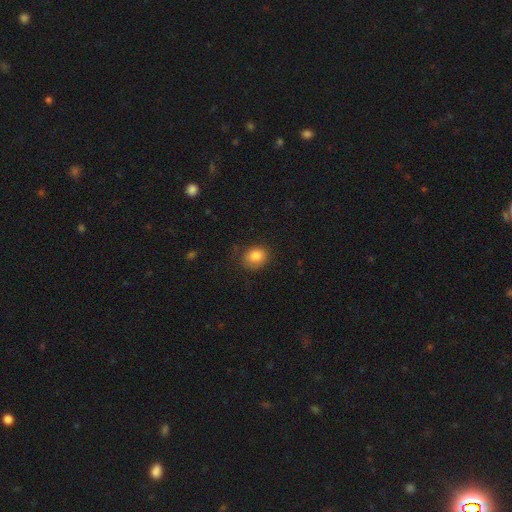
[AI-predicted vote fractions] Smooth or featured? Predicted: smooth (p=0.83). How rounded? Predicted: round (p=0.56). Merging? Predicted: none (p=0.74).